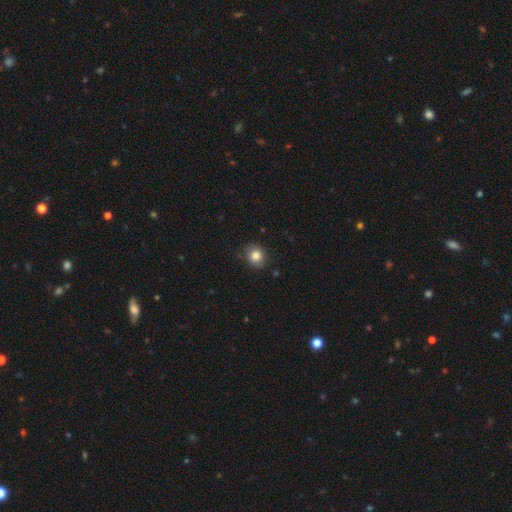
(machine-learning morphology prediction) smooth 83%, star or artifact 10%, featured or disk 8%. Down the decision tree: how rounded — round (70%); merging — none (83%).